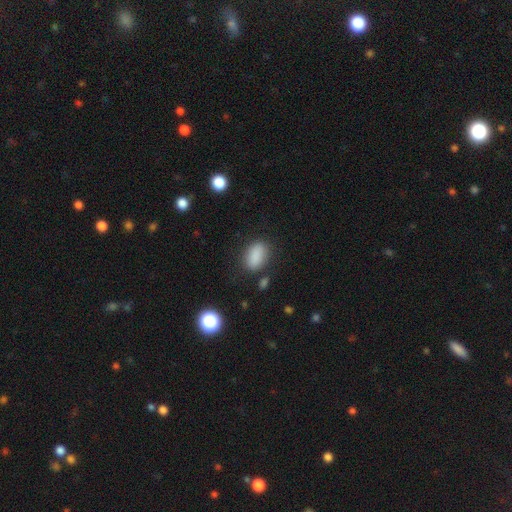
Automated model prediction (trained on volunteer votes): smooth 86%, star or artifact 9%, featured or disk 5%. Down the decision tree: how rounded — in between (87%); merging — none (78%).